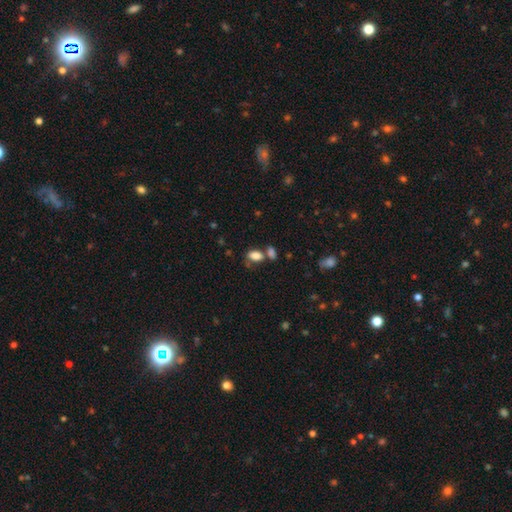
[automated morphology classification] The model was most divided on "merging": none: 50%, merger: 28%, minor disturbance: 15%, major disturbance: 6%. More confident: how rounded — in between (89%); smooth or featured — smooth (83%).